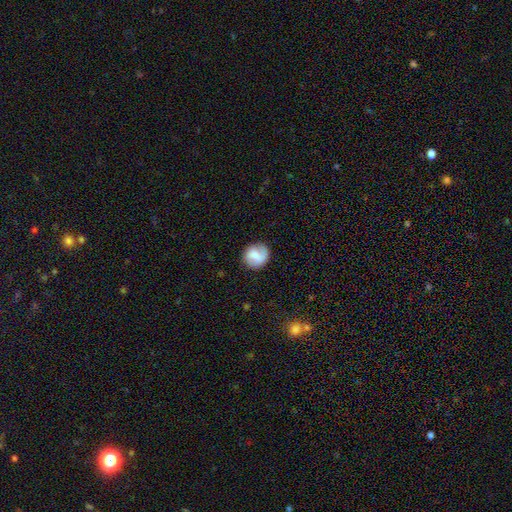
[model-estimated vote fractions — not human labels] Smooth or featured? Predicted: smooth (p=0.60). How rounded? Predicted: round (p=0.85). Merging? Predicted: none (p=0.78).